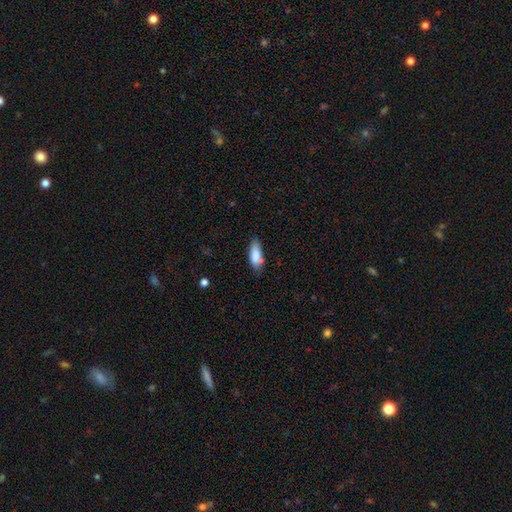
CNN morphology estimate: A smooth galaxy with no disk features (86%) that is in between round and cigar-shaped (73%).

Vote fractions:
- Smooth or featured? smooth: 86% / featured or disk: 7% / star or artifact: 7%
- How rounded? in between: 73% / cigar-shaped: 25% / round: 2%
- Merging? none: 72% / minor disturbance: 21% / major disturbance: 4% / merger: 3%